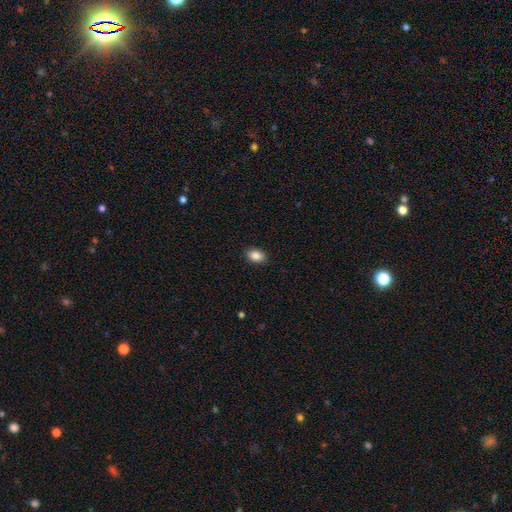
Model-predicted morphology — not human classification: smooth 88%, star or artifact 8%, featured or disk 4%. Down the decision tree: how rounded — in between (83%); merging — none (89%).